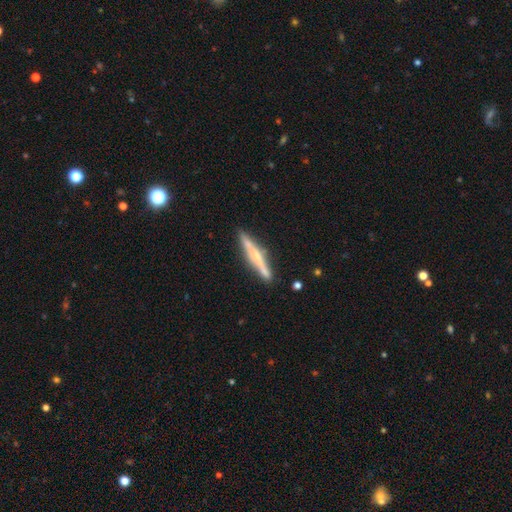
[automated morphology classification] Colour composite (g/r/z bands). It shows a featured or disk galaxy (60%) viewed edge-on (95%) with a rounded central bulge (56%). Merging: none (81%).